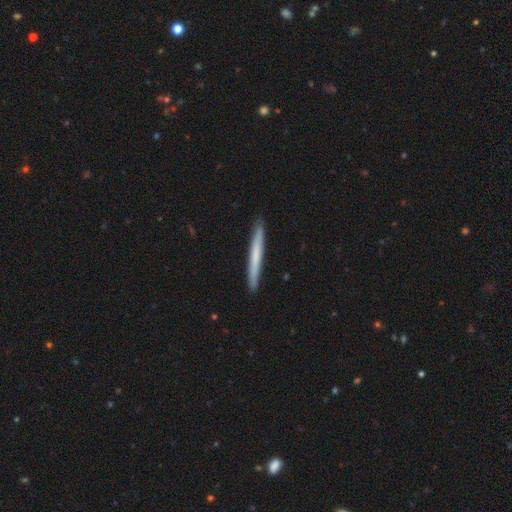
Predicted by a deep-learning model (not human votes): smooth_or_featured: smooth (p=0.58) [alt: featured or disk p=0.36]
how_rounded: cigar-shaped (p=0.97) [alt: in between p=0.02]
merging: none (p=0.92) [alt: minor disturbance p=0.06]